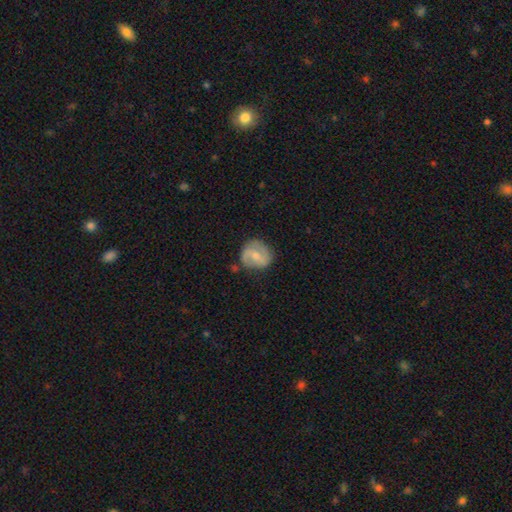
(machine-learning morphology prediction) type=featured or disk (55%); edge-on=no (97%); bar=weak (49%); spiral arms=yes (75%); bulge=moderate (52%); merging=none (68%).